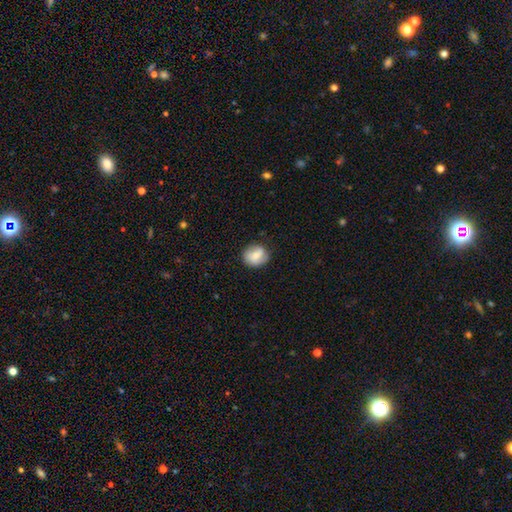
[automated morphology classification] smooth-or-featured: smooth: 69% | featured or disk: 23% | star or artifact: 8%
  how-rounded: round: 72% | in between: 27% | cigar-shaped: 1%
  merging: none: 75% | minor disturbance: 18% | major disturbance: 5% | merger: 2%